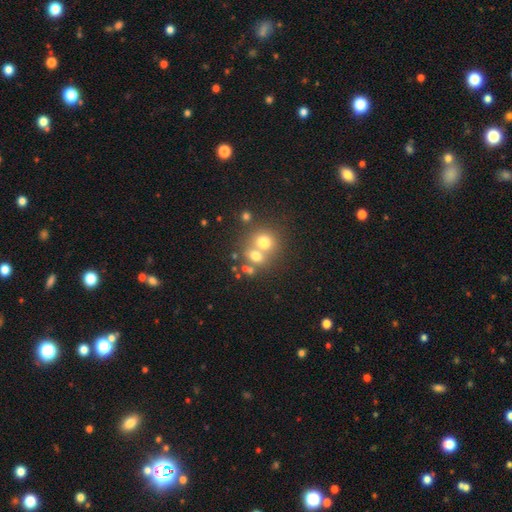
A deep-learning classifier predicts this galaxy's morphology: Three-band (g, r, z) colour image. It shows a smooth galaxy with no disk features (67%) that is round (75%). Merging: merger (54%).